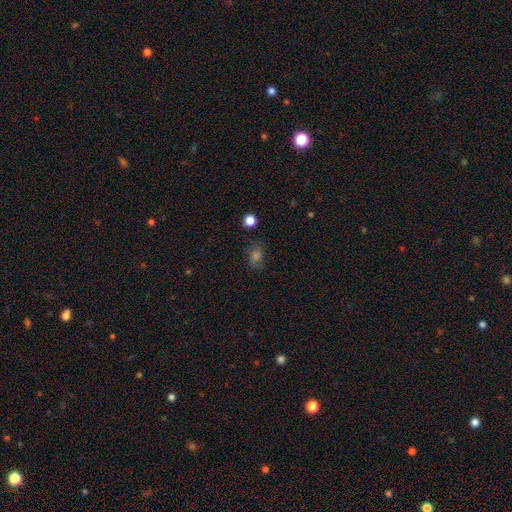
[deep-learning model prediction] Smooth or featured: smooth — 55% (star or artifact — 26%)
How rounded: round — 50% (in between — 49%)
Merging: none — 75% (minor disturbance — 17%)